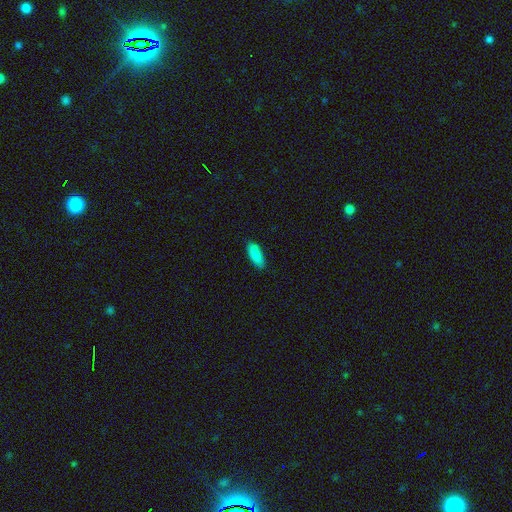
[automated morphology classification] This is clearly a smooth galaxy (85%). How rounded: likely in between (73%). Merging: likely none (76%).